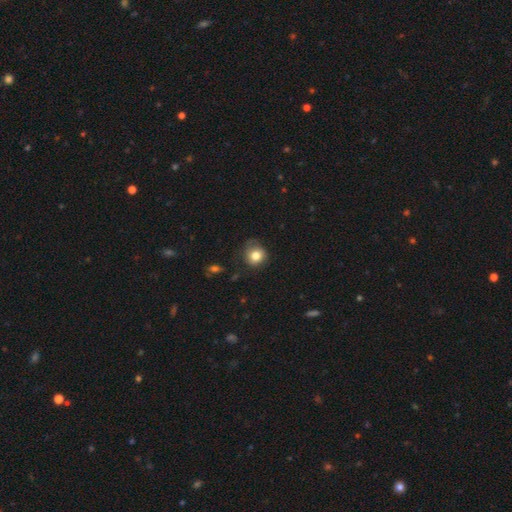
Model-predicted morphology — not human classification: Smooth or featured: smooth — 80% (featured or disk — 10%)
How rounded: round — 85% (in between — 14%)
Merging: none — 67% (minor disturbance — 23%)